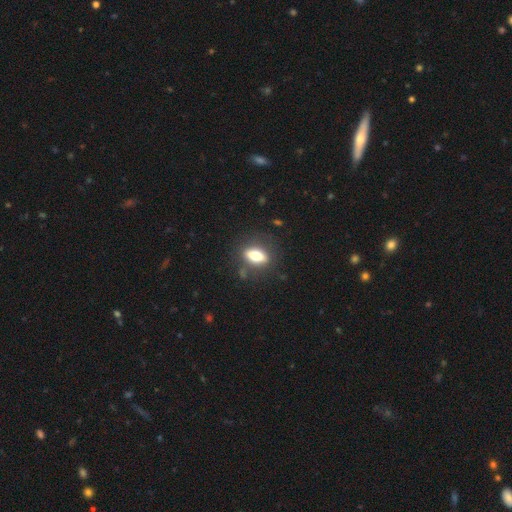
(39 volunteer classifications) Overall: smooth (74%). How rounded: in between (86%). Merging: none (84%).